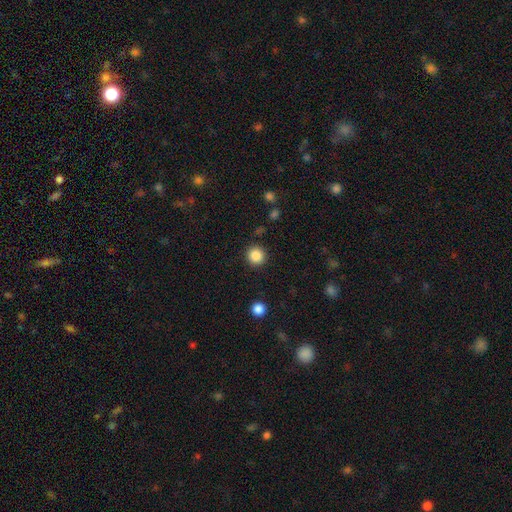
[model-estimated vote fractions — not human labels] Smooth or featured? smooth (86%)
How rounded? round (95%)
Merging? none (91%)